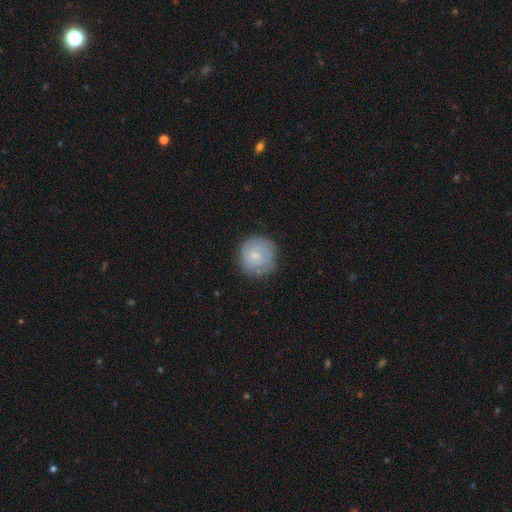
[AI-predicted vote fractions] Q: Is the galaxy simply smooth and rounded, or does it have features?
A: smooth — 65%.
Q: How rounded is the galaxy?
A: round — 92%.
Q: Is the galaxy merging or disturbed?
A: none — 77%.